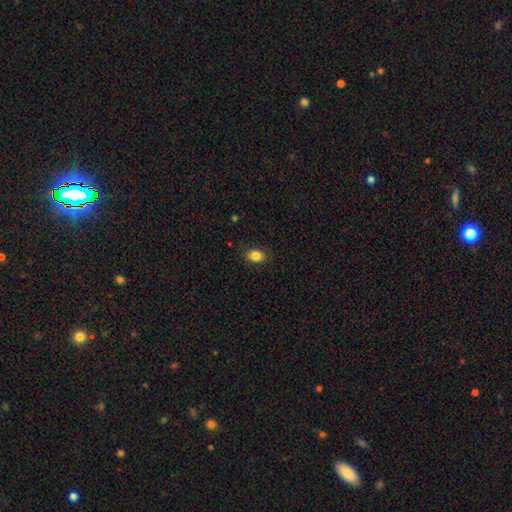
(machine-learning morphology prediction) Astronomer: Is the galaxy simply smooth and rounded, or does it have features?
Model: smooth — 84%.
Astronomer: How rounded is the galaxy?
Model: in between — 77%.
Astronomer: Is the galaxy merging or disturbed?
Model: none — 86%.